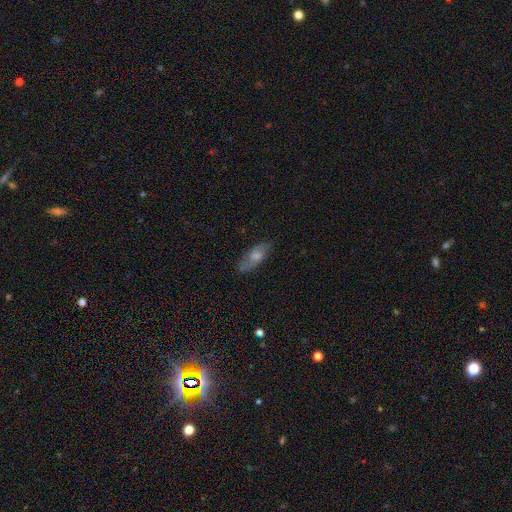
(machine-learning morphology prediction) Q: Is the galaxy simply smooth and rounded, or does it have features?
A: featured or disk — 47%.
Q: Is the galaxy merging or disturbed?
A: none — 80%.